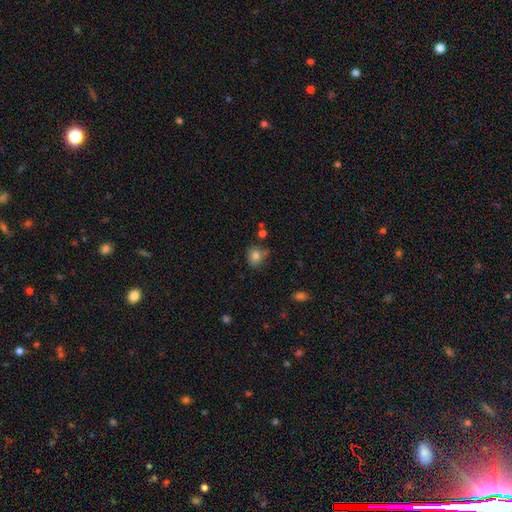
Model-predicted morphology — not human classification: smooth-or-featured: smooth: 80% | star or artifact: 11% | featured or disk: 8%
  how-rounded: round: 75% | in between: 24% | cigar-shaped: 1%
  merging: none: 66% | minor disturbance: 21% | merger: 8% | major disturbance: 5%